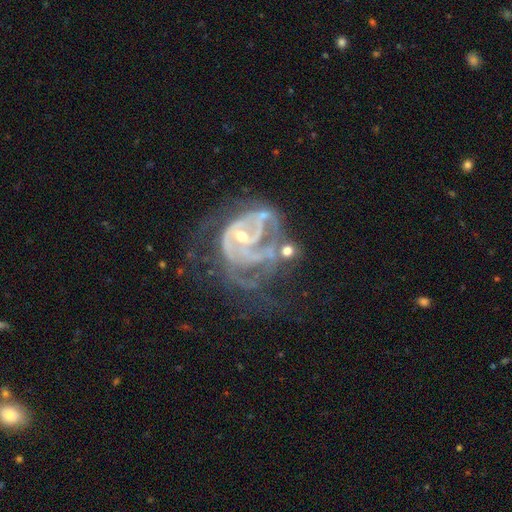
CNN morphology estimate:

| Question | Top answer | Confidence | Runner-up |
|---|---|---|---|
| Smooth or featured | featured or disk | 86% | star or artifact (8%) |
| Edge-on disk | no | 98% | yes (2%) |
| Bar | no | 56% | weak (32%) |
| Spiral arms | yes | 85% | no (15%) |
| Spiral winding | tight | 49% | medium (36%) |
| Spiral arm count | can't tell | 35% | 2 (28%) |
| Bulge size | small | 57% | moderate (37%) |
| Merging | major disturbance | 44% | none (23%) |